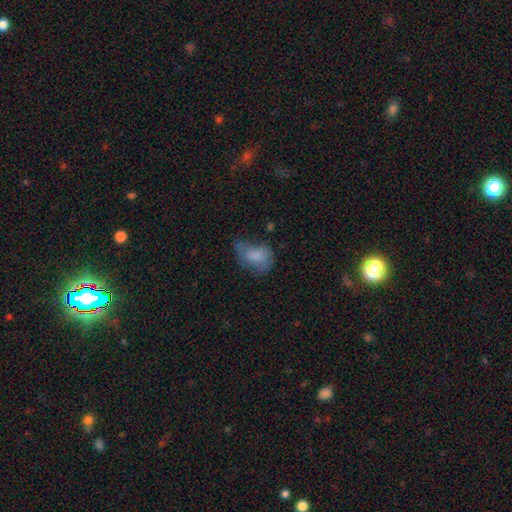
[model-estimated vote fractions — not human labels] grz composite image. It shows a smooth galaxy with no disk features (72%) that is in between round and cigar-shaped (79%). Merging: minor disturbance (34%).